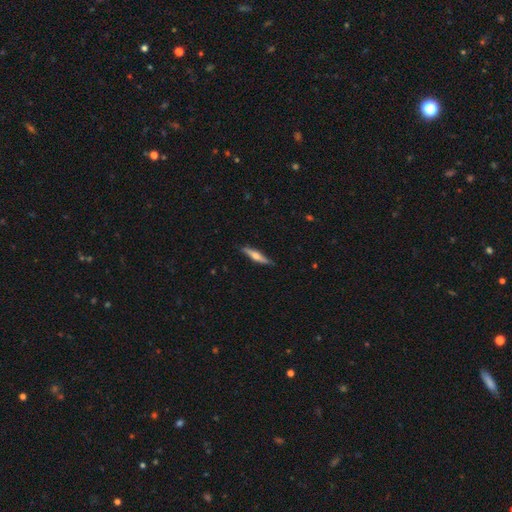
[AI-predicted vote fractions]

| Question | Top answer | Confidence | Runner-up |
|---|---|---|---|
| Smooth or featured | featured or disk | 51% | smooth (43%) |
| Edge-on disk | yes | 94% | no (6%) |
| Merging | none | 86% | minor disturbance (11%) |